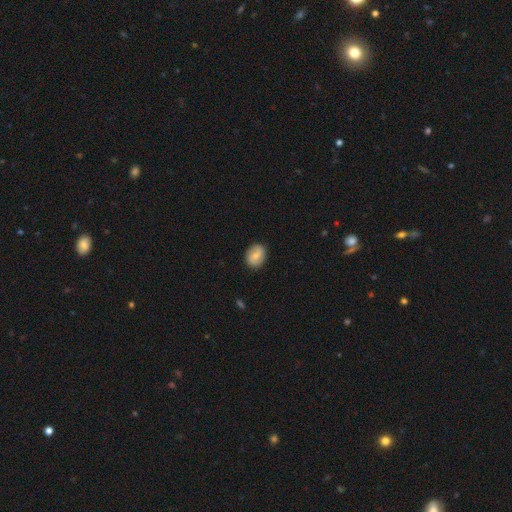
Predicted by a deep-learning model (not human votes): smooth-or-featured: smooth: 54% | featured or disk: 38% | star or artifact: 7%
  how-rounded: in between: 52% | round: 47% | cigar-shaped: 1%
  merging: none: 85% | minor disturbance: 11% | major disturbance: 3% | merger: 1%